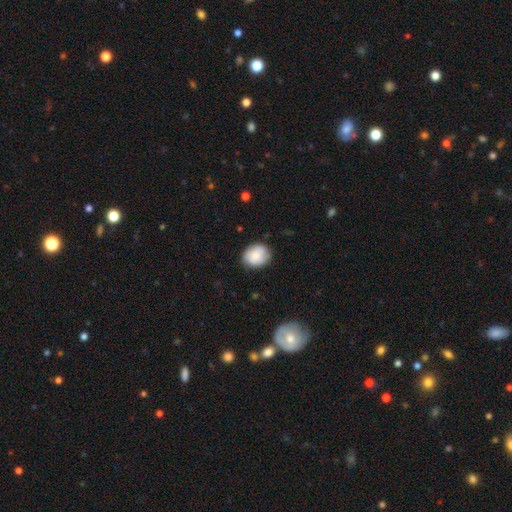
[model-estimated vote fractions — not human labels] smooth-or-featured: smooth: 81% | featured or disk: 12% | star or artifact: 7%
  how-rounded: round: 57% | in between: 42% | cigar-shaped: 1%
  merging: none: 80% | minor disturbance: 15% | major disturbance: 3% | merger: 1%